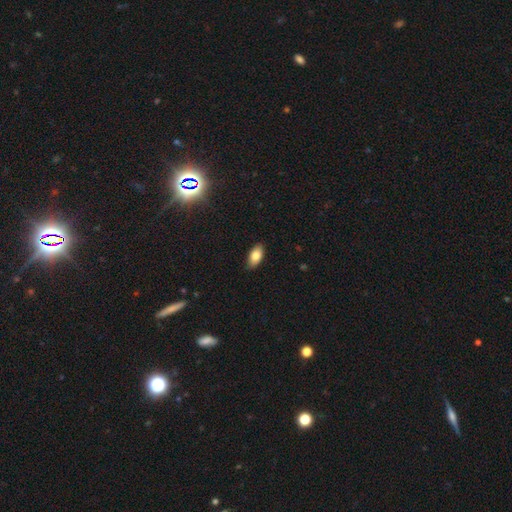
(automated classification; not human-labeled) Q: Smooth or featured?
A: smooth (81%); runner-up: featured or disk (11%)
Q: How rounded?
A: in between (92%); runner-up: cigar-shaped (5%)
Q: Merging?
A: none (86%); runner-up: minor disturbance (11%)